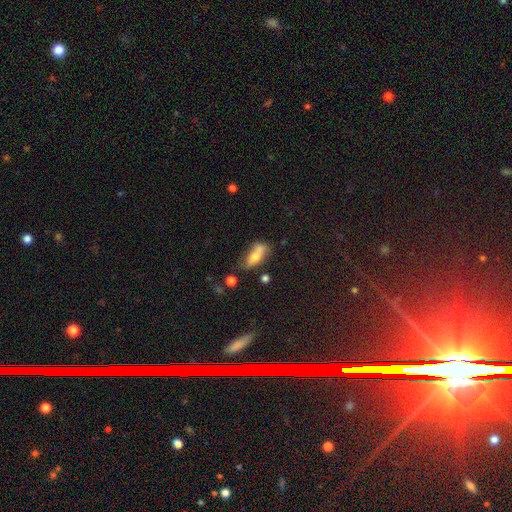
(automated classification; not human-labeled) Smooth or featured?
  - smooth: 66% *
  - featured or disk: 25%
  - star or artifact: 9%
How rounded?
  - in between: 73% *
  - cigar-shaped: 22%
  - round: 6%
Merging?
  - none: 40% *
  - merger: 26%
  - minor disturbance: 23%
  - major disturbance: 11%